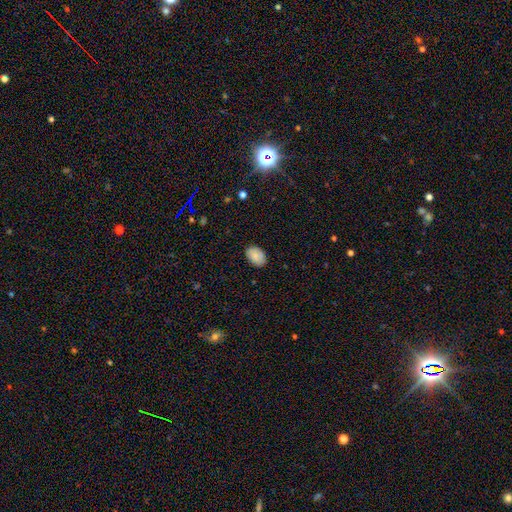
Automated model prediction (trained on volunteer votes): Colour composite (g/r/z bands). It shows a smooth galaxy with no disk features (87%) that is in between round and cigar-shaped (84%). Merging: none (84%).